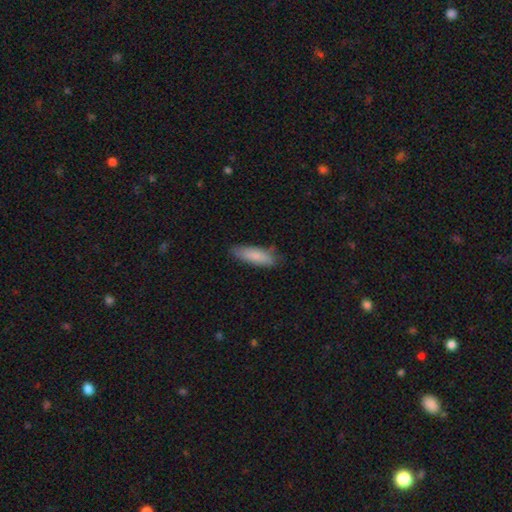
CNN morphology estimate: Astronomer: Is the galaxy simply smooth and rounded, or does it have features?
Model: smooth — 85%.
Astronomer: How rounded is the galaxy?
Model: cigar-shaped — 51% (runner-up: in between, 48%).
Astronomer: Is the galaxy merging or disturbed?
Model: none — 77%.